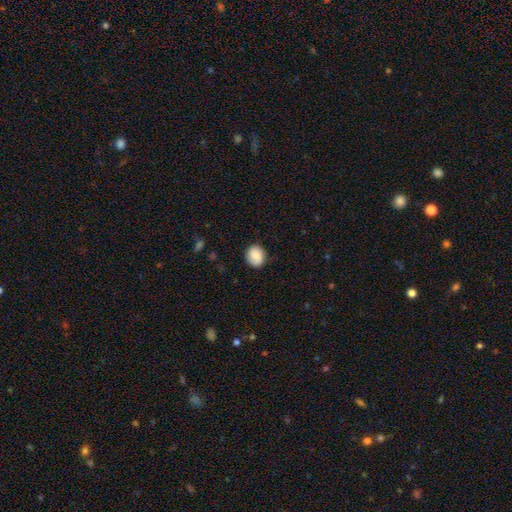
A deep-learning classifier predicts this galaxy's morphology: smooth_or_featured: smooth (p=0.82) [alt: featured or disk p=0.11]
how_rounded: round (p=0.72) [alt: in between p=0.27]
merging: none (p=0.85) [alt: minor disturbance p=0.11]